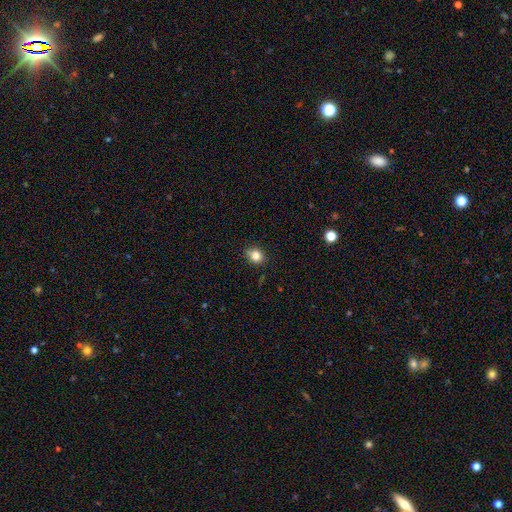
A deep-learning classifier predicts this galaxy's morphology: Q: Smooth or featured?
A: smooth (83%); runner-up: star or artifact (11%)
Q: How rounded?
A: round (64%); runner-up: in between (35%)
Q: Merging?
A: none (83%); runner-up: minor disturbance (13%)